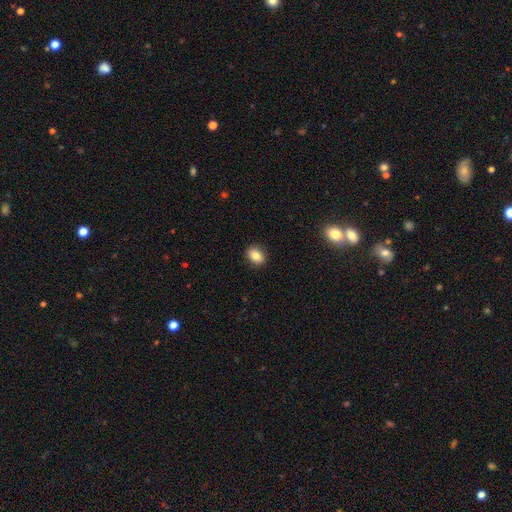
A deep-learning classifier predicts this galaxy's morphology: Overall: smooth (85%). How rounded: in between (54%; round 45%). Merging: none (90%).